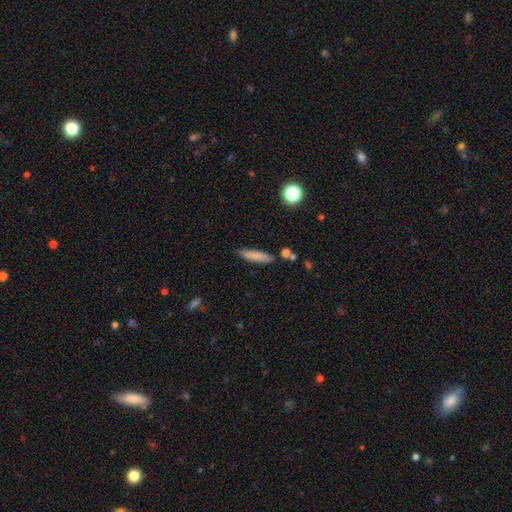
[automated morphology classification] A smooth galaxy with no disk features (80%) that is cigar-shaped (82%).

Vote fractions:
- Smooth or featured? smooth: 80% / featured or disk: 12% / star or artifact: 8%
- How rounded? cigar-shaped: 82% / in between: 16% / round: 2%
- Merging? none: 83% / minor disturbance: 11% / merger: 4% / major disturbance: 2%